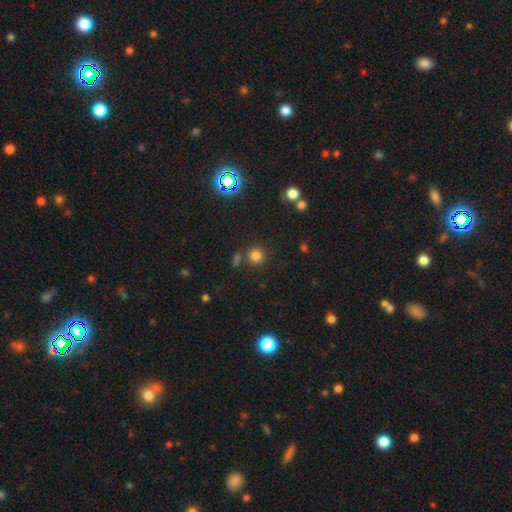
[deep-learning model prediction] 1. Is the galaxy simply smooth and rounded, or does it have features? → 77% smooth, 17% star or artifact, 6% featured or disk.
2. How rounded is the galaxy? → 92% round, 7% in between, 1% cigar-shaped.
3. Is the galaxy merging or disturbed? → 79% none, 9% merger, 8% minor disturbance, 4% major disturbance.